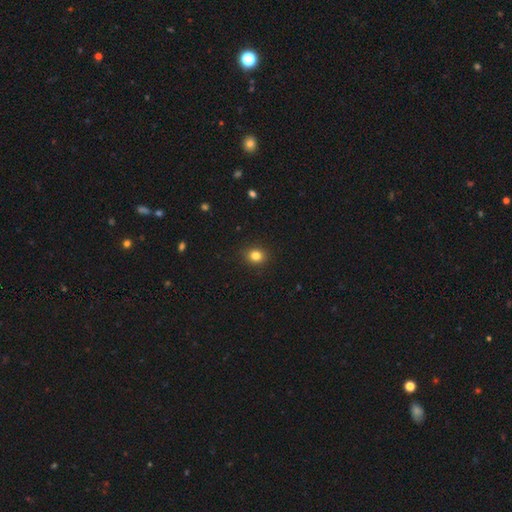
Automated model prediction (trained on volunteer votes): smooth-or-featured: smooth: 83% | star or artifact: 12% | featured or disk: 5%
  how-rounded: round: 70% | in between: 29% | cigar-shaped: 1%
  merging: none: 89% | minor disturbance: 8% | major disturbance: 2% | merger: 1%